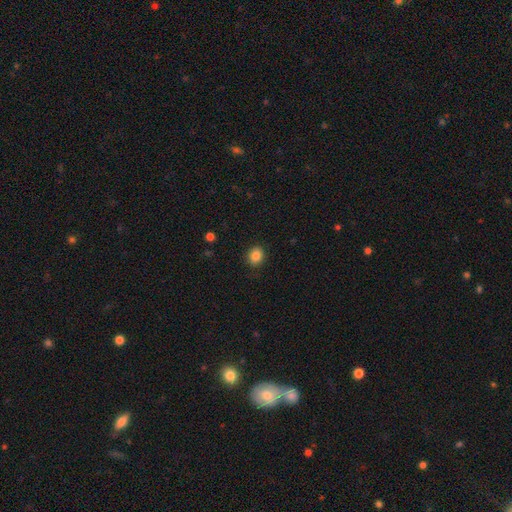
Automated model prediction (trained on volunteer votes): A smooth galaxy with no disk features (86%) that is round (66%).

Vote fractions:
- Smooth or featured? smooth: 86% / star or artifact: 10% / featured or disk: 4%
- How rounded? round: 66% / in between: 33% / cigar-shaped: 1%
- Merging? none: 89% / minor disturbance: 8% / major disturbance: 2% / merger: 1%